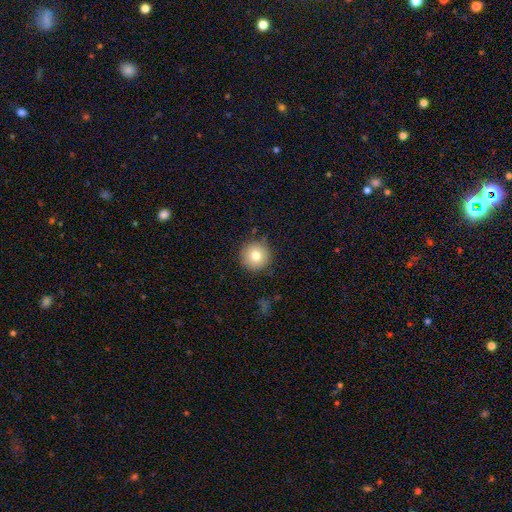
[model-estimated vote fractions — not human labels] A smooth galaxy with no disk features (78%) that is round (96%).

Vote fractions:
- Smooth or featured? smooth: 78% / featured or disk: 12% / star or artifact: 10%
- How rounded? round: 96% / in between: 3% / cigar-shaped: 1%
- Merging? none: 89% / minor disturbance: 7% / major disturbance: 2% / merger: 1%